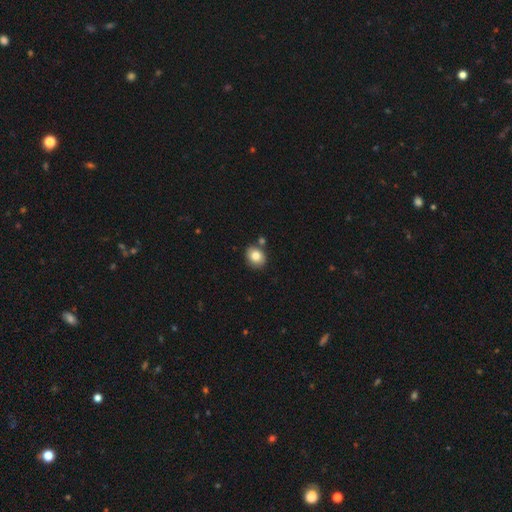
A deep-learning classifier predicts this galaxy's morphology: smooth 83%, star or artifact 9%, featured or disk 9%. Down the decision tree: how rounded — round (51%); merging — none (78%).